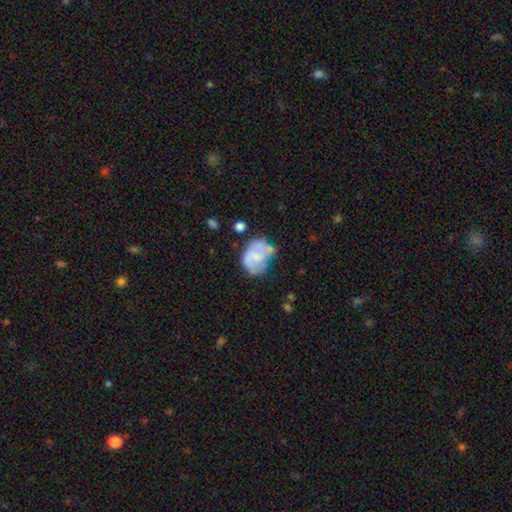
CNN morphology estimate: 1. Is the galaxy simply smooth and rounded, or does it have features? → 48% featured or disk, 44% smooth, 8% star or artifact.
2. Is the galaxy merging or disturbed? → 36% none, 31% minor disturbance, 21% major disturbance, 12% merger.